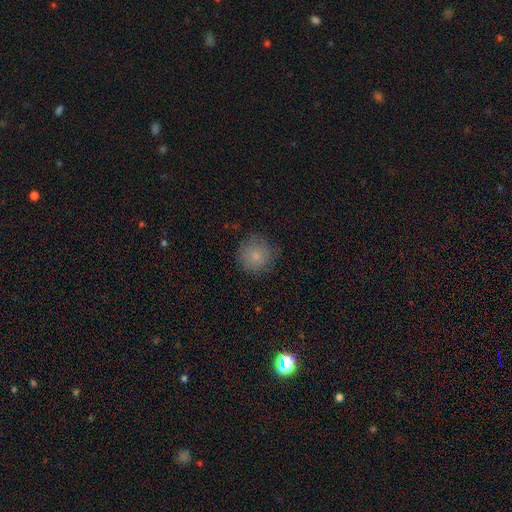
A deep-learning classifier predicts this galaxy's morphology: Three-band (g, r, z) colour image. It shows a smooth galaxy with no disk features (79%) that is round (93%). Merging: none (80%).